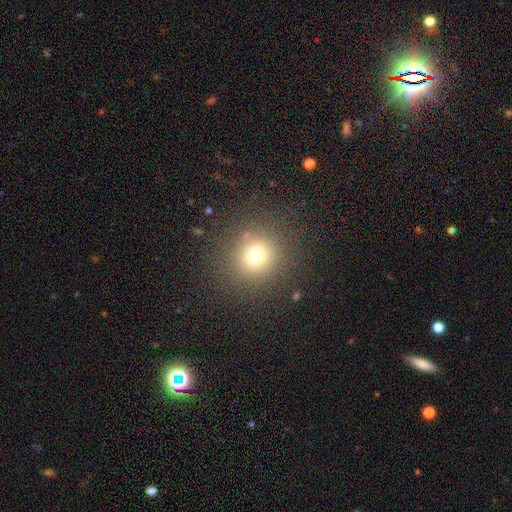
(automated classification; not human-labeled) Smooth or featured?
  - smooth: 72% *
  - star or artifact: 19%
  - featured or disk: 9%
How rounded?
  - round: 92% *
  - in between: 7%
  - cigar-shaped: 1%
Merging?
  - none: 88% *
  - minor disturbance: 7%
  - major disturbance: 4%
  - merger: 2%